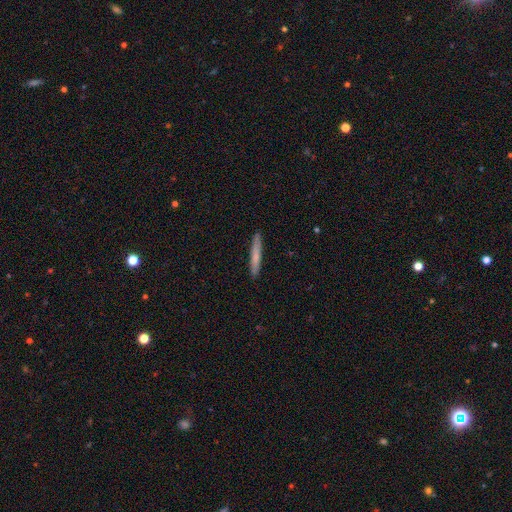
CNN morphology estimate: type=smooth (70%); roundness=cigar-shaped (95%); merging=none (91%).